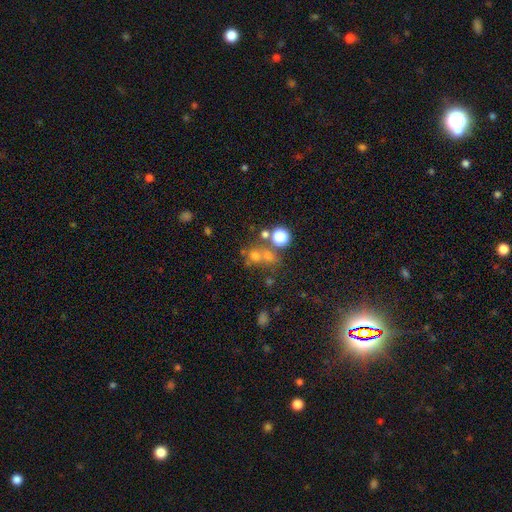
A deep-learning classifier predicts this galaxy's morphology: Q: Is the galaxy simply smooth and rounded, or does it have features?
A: smooth — 51%.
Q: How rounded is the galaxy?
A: round — 79%.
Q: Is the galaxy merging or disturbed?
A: none — 48%.